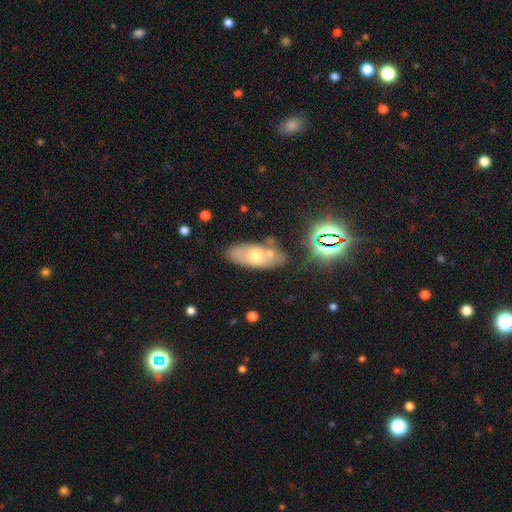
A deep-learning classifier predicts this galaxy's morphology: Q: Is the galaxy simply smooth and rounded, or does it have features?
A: smooth — 52%.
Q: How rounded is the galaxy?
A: in between — 85%.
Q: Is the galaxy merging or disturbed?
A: none — 62%.